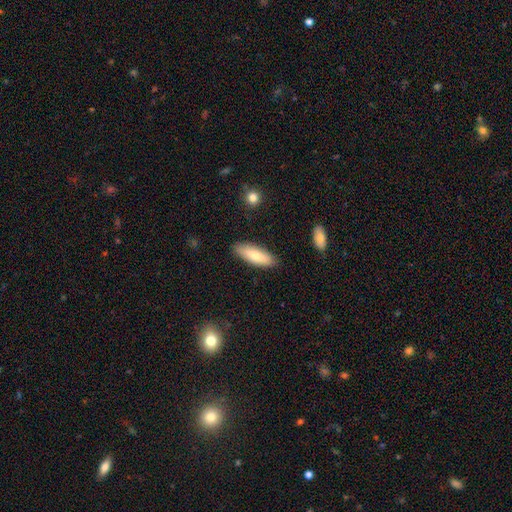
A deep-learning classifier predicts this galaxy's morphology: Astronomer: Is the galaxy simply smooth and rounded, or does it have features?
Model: smooth — 74%.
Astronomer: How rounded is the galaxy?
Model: in between — 59% (runner-up: cigar-shaped, 39%).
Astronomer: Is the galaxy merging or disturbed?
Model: none — 87%.